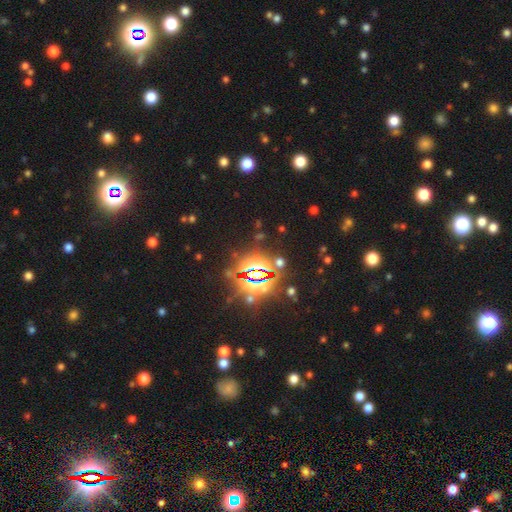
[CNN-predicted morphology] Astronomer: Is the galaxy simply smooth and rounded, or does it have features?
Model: star or artifact — 81%.